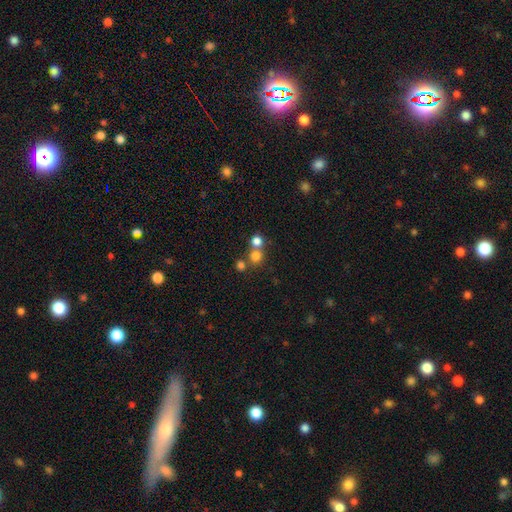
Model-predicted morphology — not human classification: This appears to be a smooth galaxy with no disk features (75%) that is round (90%). Merging: none (58%).